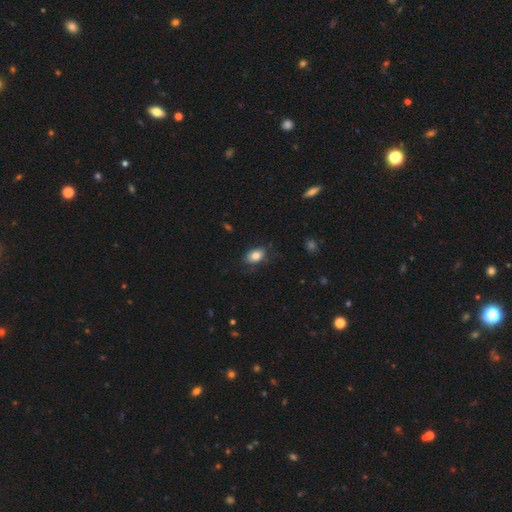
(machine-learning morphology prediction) Smooth or featured? Predicted: smooth (p=0.82). How rounded? Predicted: in between (p=0.87). Merging? Predicted: none (p=0.75).